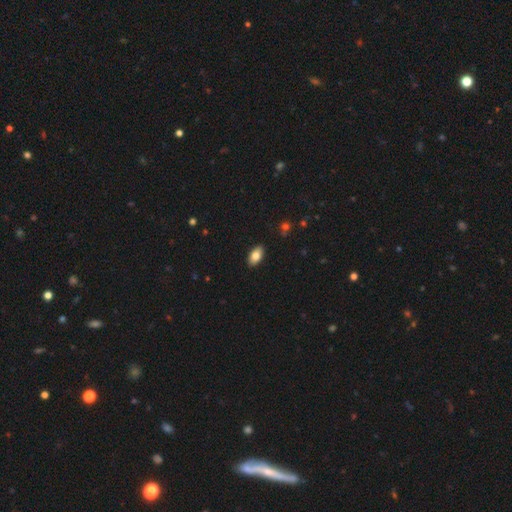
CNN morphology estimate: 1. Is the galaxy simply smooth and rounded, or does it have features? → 80% smooth, 13% featured or disk, 7% star or artifact.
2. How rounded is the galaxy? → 93% in between, 4% round, 3% cigar-shaped.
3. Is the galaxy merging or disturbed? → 90% none, 8% minor disturbance, 2% major disturbance, 1% merger.